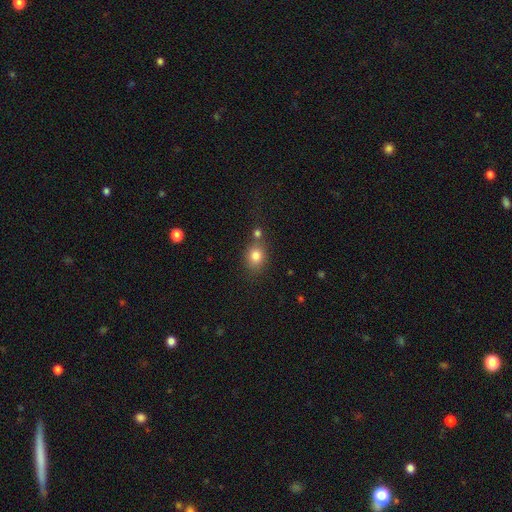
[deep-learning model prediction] A smooth galaxy with no disk features (81%) that is round (54%).

Vote fractions:
- Smooth or featured? smooth: 81% / star or artifact: 11% / featured or disk: 8%
- How rounded? round: 54% / in between: 44% / cigar-shaped: 1%
- Merging? none: 61% / merger: 22% / minor disturbance: 13% / major disturbance: 5%